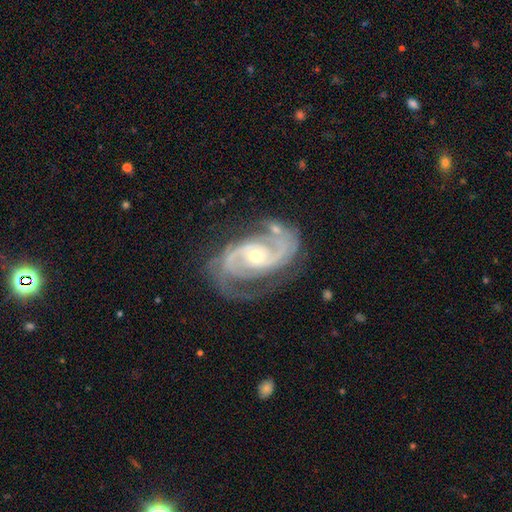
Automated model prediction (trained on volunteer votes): smooth_or_featured: featured or disk (p=0.92) [alt: star or artifact p=0.05]
disk_edge_on: no (p=0.97) [alt: yes p=0.03]
bar: no (p=0.56) [alt: weak p=0.31]
has_spiral_arms: yes (p=0.98) [alt: no p=0.02]
spiral_winding: medium (p=0.49) [alt: tight p=0.39]
spiral_arm_count: 2 (p=0.81) [alt: 3 p=0.08]
bulge_size: small (p=0.51) [alt: moderate p=0.45]
merging: none (p=0.66) [alt: minor disturbance p=0.20]